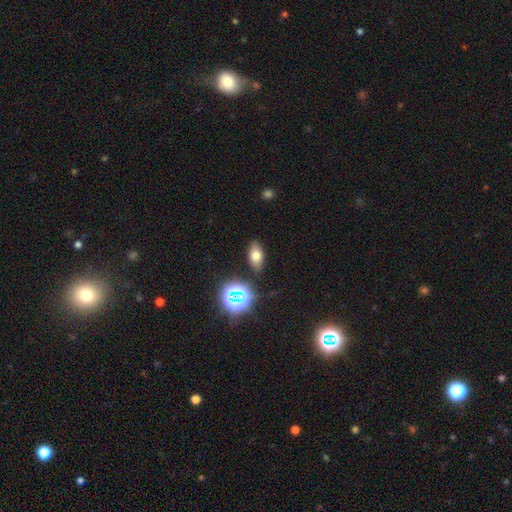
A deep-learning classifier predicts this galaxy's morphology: Q: Smooth or featured?
A: smooth (68%); runner-up: star or artifact (17%)
Q: How rounded?
A: in between (85%); runner-up: round (9%)
Q: Merging?
A: none (85%); runner-up: minor disturbance (10%)